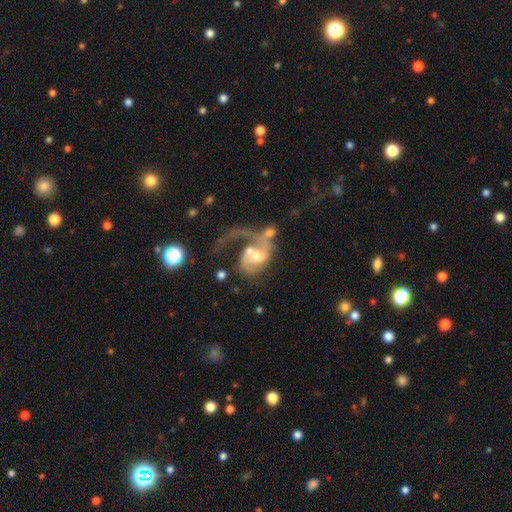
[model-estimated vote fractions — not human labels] smooth-or-featured: featured or disk: 81% | smooth: 12% | star or artifact: 7%
  disk-edge-on: no: 97% | yes: 3%
    bar: no: 57% | weak: 35% | strong: 9%
    has-spiral-arms: yes: 90% | no: 10%
      spiral-winding: loose: 49% | medium: 38% | tight: 13%
      spiral-arm-count: 1: 52% | 2: 37% | can't tell: 6% | 3: 2% | 4: 1% | more than 4: 1%
    bulge-size: moderate: 60% | small: 29% | large: 7% | none: 3% | dominant: 1%
  merging: major disturbance: 34% | merger: 31% | none: 24% | minor disturbance: 11%